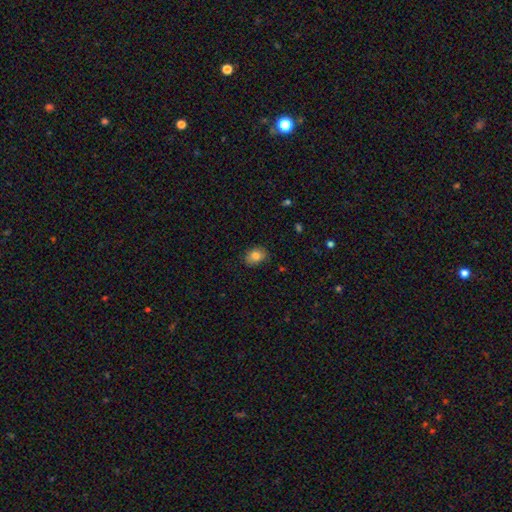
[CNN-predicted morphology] Smooth or featured? Predicted: smooth (p=0.82). How rounded? Predicted: in between (p=0.69). Merging? Predicted: none (p=0.80).